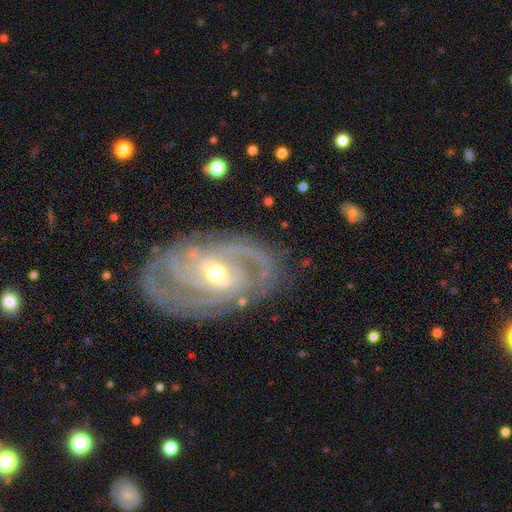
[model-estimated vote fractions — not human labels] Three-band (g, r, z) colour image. It shows a featured or disk galaxy (90%) with a weak bar (40%), 2 (37%) tight (69%) spiral arms (98%) and a moderate central bulge (50%). Merging: none (80%).